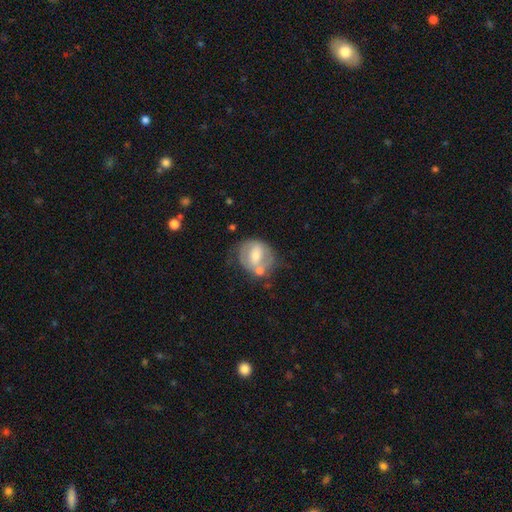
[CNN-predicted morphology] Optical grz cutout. It shows a featured or disk galaxy (50%). Merging: none (45%).